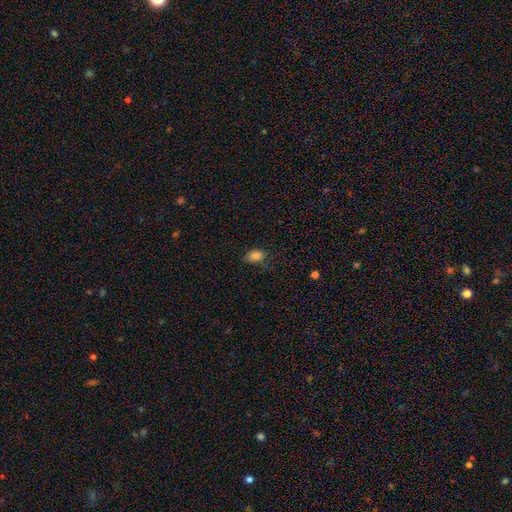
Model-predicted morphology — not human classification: Smooth or featured? smooth (85%)
How rounded? in between (82%)
Merging? none (73%)